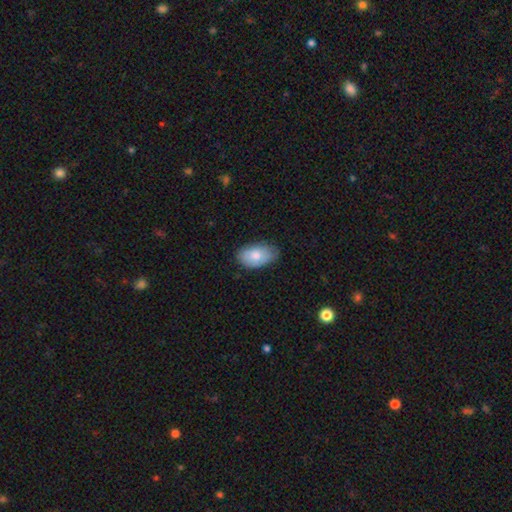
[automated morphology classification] This appears to be a smooth galaxy with no disk features (77%) that is in between round and cigar-shaped (93%). Merging: none (71%).